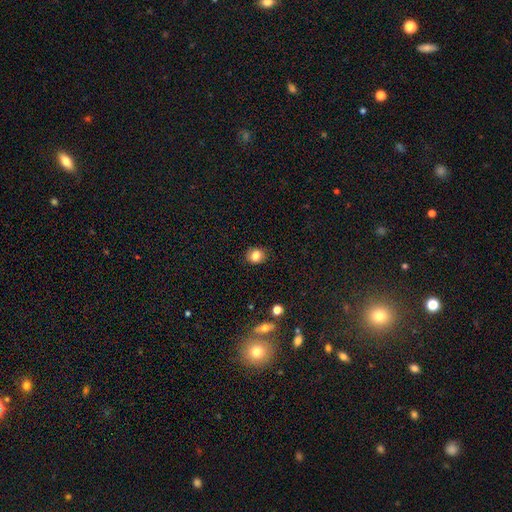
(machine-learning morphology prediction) smooth_or_featured: smooth (p=0.82) [alt: star or artifact p=0.11]
how_rounded: round (p=0.70) [alt: in between p=0.29]
merging: none (p=0.87) [alt: minor disturbance p=0.10]